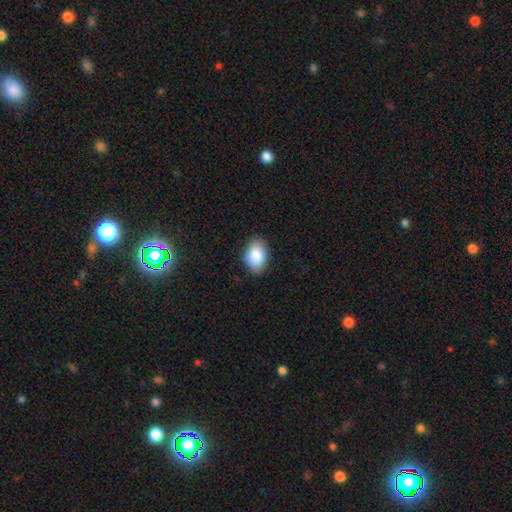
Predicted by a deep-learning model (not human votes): A smooth galaxy with no disk features (88%) that is in between round and cigar-shaped (89%). Merging: none (85%).